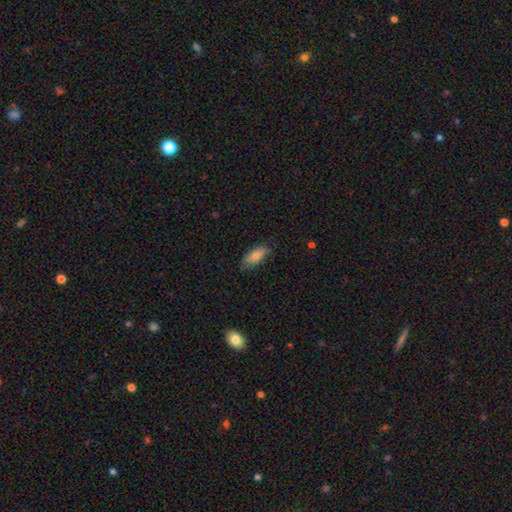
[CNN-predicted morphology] This appears to be a smooth galaxy with no disk features (78%) that is in between round and cigar-shaped (78%). Merging: none (76%).